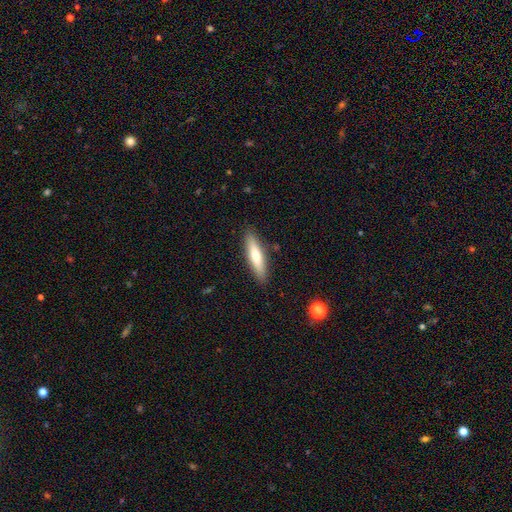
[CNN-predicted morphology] smooth_or_featured: smooth (p=0.64) [alt: featured or disk p=0.30]
how_rounded: cigar-shaped (p=0.78) [alt: in between p=0.20]
merging: none (p=0.88) [alt: minor disturbance p=0.09]